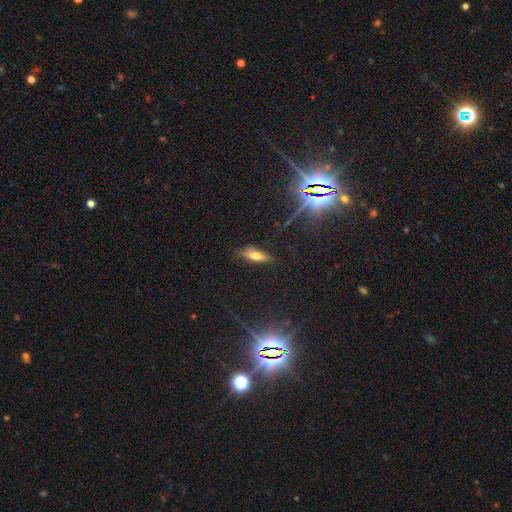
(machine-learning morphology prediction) Smooth or featured? Predicted: smooth (p=0.65). How rounded? Predicted: in between (p=0.58). Merging? Predicted: none (p=0.77).